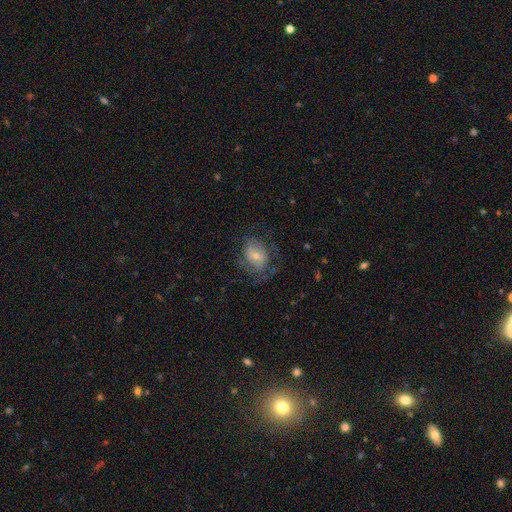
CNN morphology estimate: Q: Smooth or featured?
A: featured or disk (47%); runner-up: smooth (45%)
Q: Merging?
A: none (54%); runner-up: minor disturbance (23%)